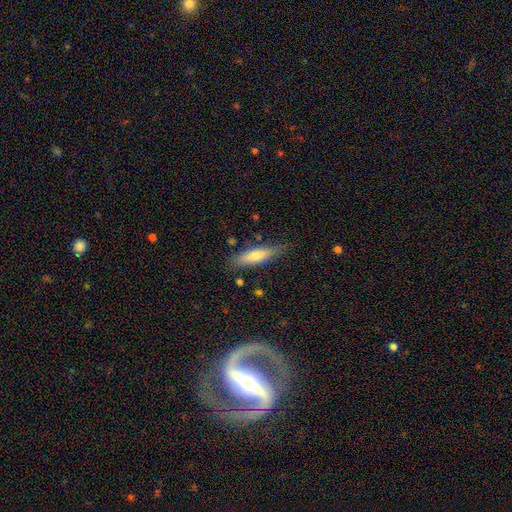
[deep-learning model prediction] Smooth or featured?
  - smooth: 59% *
  - featured or disk: 35%
  - star or artifact: 7%
How rounded?
  - cigar-shaped: 71% *
  - in between: 27%
  - round: 2%
Merging?
  - none: 80% *
  - minor disturbance: 14%
  - major disturbance: 4%
  - merger: 2%